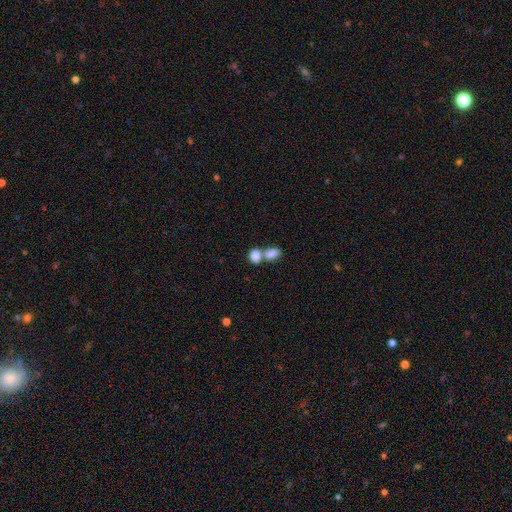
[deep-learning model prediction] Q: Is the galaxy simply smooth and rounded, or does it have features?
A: smooth — 83%.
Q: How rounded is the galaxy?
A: in between — 75%.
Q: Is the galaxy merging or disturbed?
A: merger — 67%.